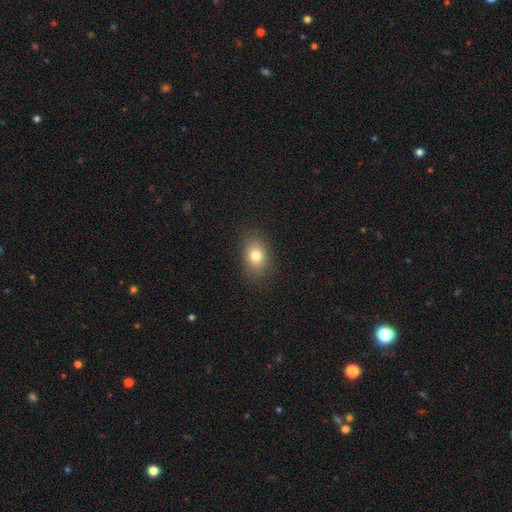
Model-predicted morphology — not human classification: Smooth or featured: smooth — 79% (star or artifact — 11%)
How rounded: in between — 73% (round — 25%)
Merging: none — 85% (minor disturbance — 11%)